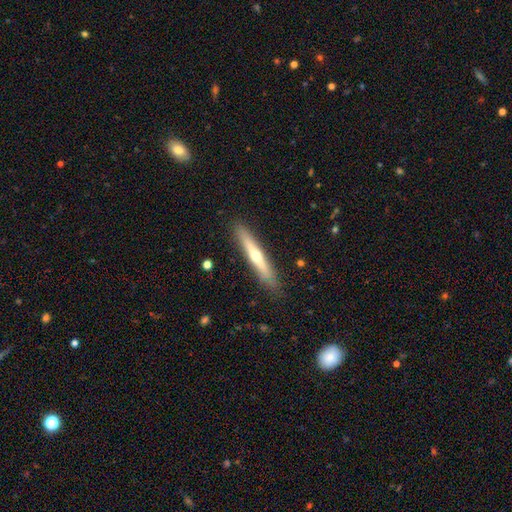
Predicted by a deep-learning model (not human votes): A featured or disk galaxy (55%) viewed edge-on (93%) with a rounded central bulge (79%).

Vote fractions:
- Smooth or featured? featured or disk: 55% / smooth: 39% / star or artifact: 6%
- Edge-on disk? yes: 93% / no: 7%
- Edge-on bulge? rounded: 79% / none: 18% / boxy: 2%
- Merging? none: 89% / minor disturbance: 8% / major disturbance: 2% / merger: 1%